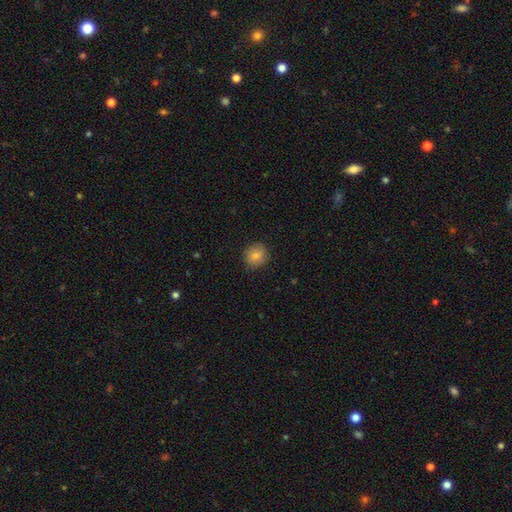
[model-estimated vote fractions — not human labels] smooth 82%, featured or disk 10%, star or artifact 8%. Down the decision tree: how rounded — round (84%); merging — none (83%).